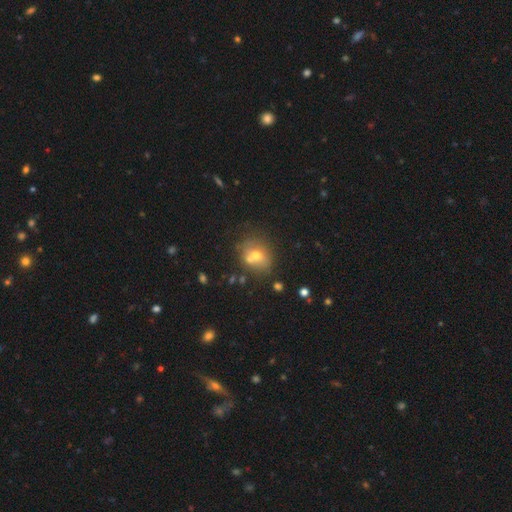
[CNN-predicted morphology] Smooth or featured? smooth (62%)
How rounded? round (68%)
Merging? none (53%)